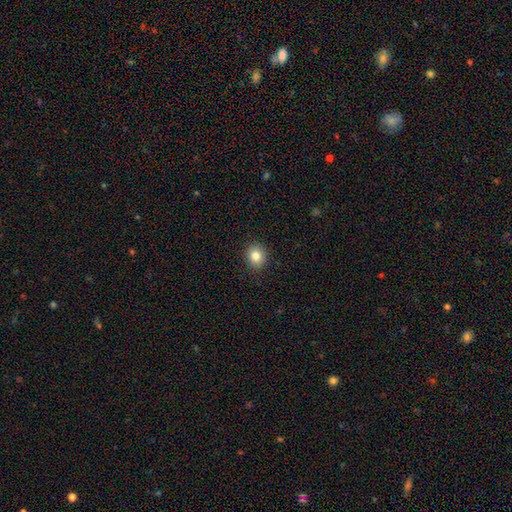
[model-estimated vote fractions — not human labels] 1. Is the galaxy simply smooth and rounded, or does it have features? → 83% smooth, 11% star or artifact, 6% featured or disk.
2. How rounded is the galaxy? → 73% round, 26% in between, 1% cigar-shaped.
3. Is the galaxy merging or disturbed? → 90% none, 7% minor disturbance, 2% major disturbance, 1% merger.